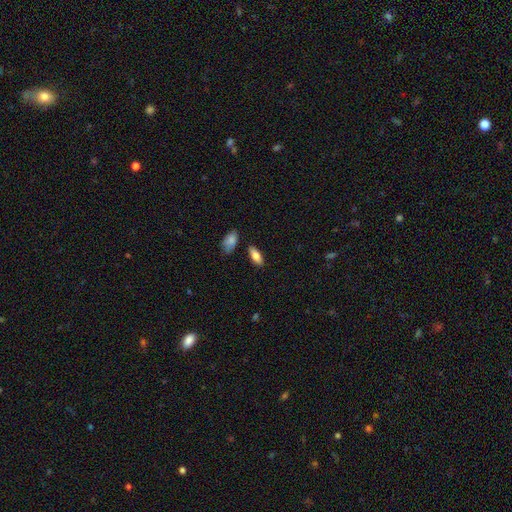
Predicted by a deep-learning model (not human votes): A smooth galaxy with no disk features (77%) that is in between round and cigar-shaped (75%).

Vote fractions:
- Smooth or featured? smooth: 77% / featured or disk: 16% / star or artifact: 6%
- How rounded? in between: 75% / cigar-shaped: 22% / round: 2%
- Merging? none: 84% / minor disturbance: 10% / merger: 3% / major disturbance: 2%